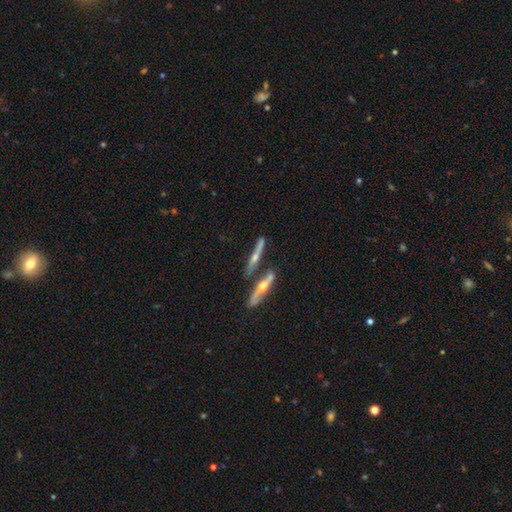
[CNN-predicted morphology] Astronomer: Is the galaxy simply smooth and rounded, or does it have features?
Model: featured or disk — 75%.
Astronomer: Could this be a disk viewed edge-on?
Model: yes — 95%.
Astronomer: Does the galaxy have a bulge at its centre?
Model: rounded — 92%.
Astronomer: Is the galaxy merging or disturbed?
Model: none — 61%.